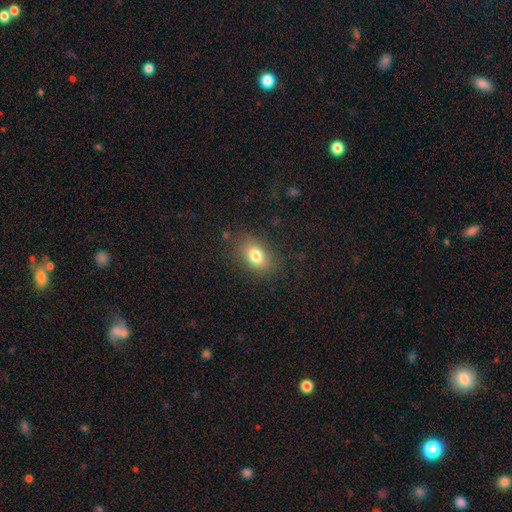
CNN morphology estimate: A smooth galaxy with no disk features (79%) that is in between round and cigar-shaped (77%).

Vote fractions:
- Smooth or featured? smooth: 79% / featured or disk: 11% / star or artifact: 10%
- How rounded? in between: 77% / round: 21% / cigar-shaped: 2%
- Merging? none: 81% / minor disturbance: 13% / major disturbance: 5% / merger: 1%